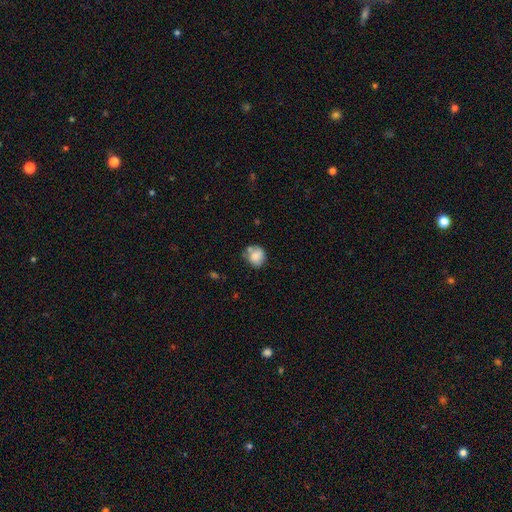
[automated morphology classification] smooth 81%, featured or disk 11%, star or artifact 9%. Down the decision tree: how rounded — round (78%); merging — none (54%).